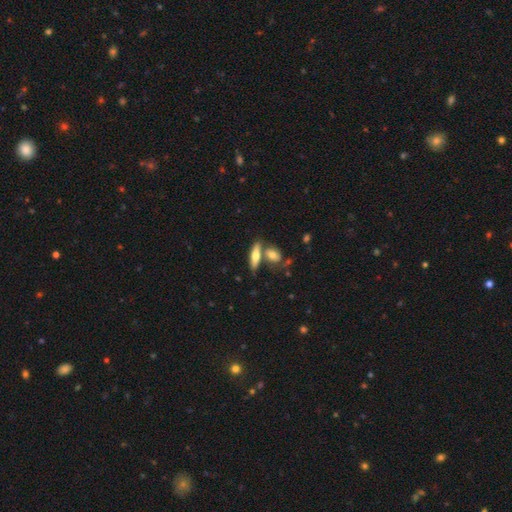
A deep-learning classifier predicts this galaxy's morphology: smooth_or_featured: smooth (p=0.59) [alt: featured or disk p=0.34]
how_rounded: cigar-shaped (p=0.49) [alt: in between p=0.47]
merging: none (p=0.58) [alt: merger p=0.28]